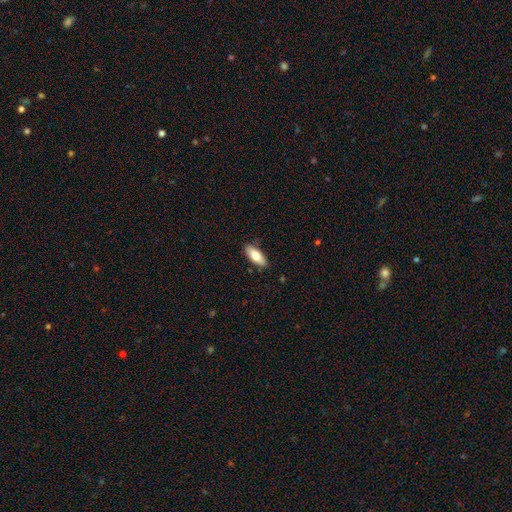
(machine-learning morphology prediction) Smooth or featured?
  - smooth: 76% *
  - featured or disk: 18%
  - star or artifact: 6%
How rounded?
  - in between: 77% *
  - cigar-shaped: 21%
  - round: 2%
Merging?
  - none: 85% *
  - minor disturbance: 12%
  - major disturbance: 2%
  - merger: 1%